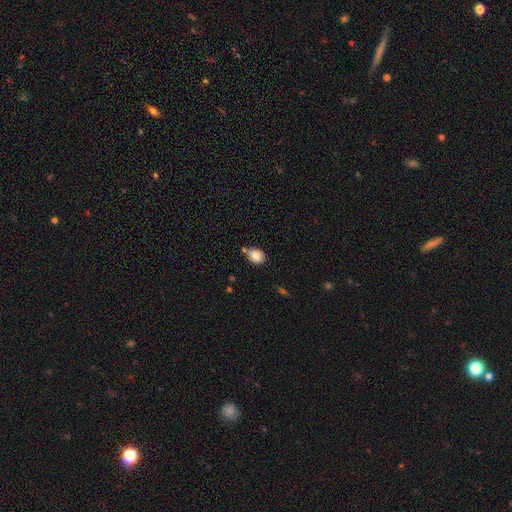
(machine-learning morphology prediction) This is clearly a smooth galaxy (85%). How rounded: possibly in between (56%). Merging: likely none (66%).